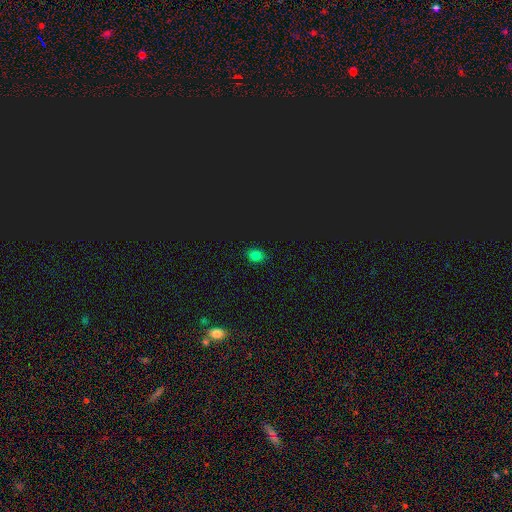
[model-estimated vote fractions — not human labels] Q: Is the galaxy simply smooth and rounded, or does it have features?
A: smooth — 73%.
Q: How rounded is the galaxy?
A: in between — 59%.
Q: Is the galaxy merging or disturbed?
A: none — 86%.